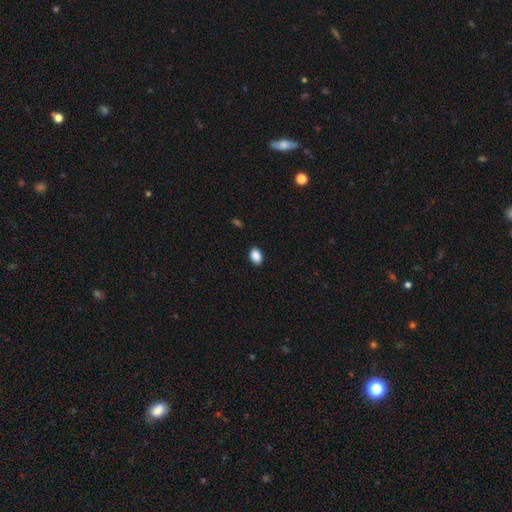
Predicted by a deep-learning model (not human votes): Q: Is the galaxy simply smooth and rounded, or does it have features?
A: smooth — 89%.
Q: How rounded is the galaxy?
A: in between — 81%.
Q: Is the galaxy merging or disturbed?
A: none — 89%.